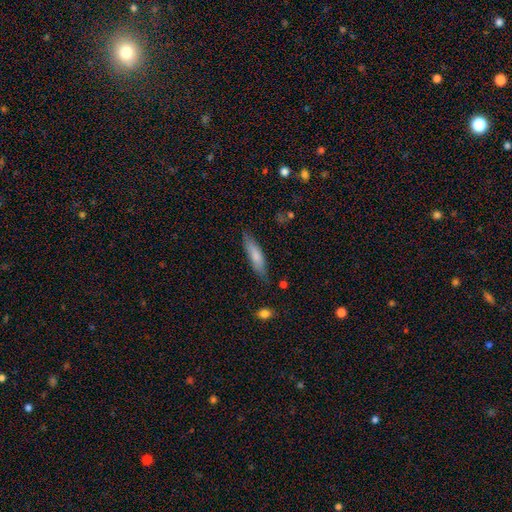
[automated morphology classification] Overall: smooth (75%). How rounded: cigar-shaped (68%; in between 30%). Merging: none (72%).